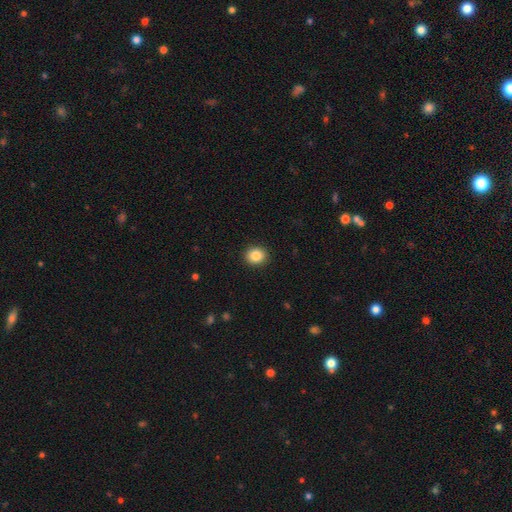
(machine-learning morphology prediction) Overall: smooth (86%). How rounded: round (80%). Merging: none (92%).